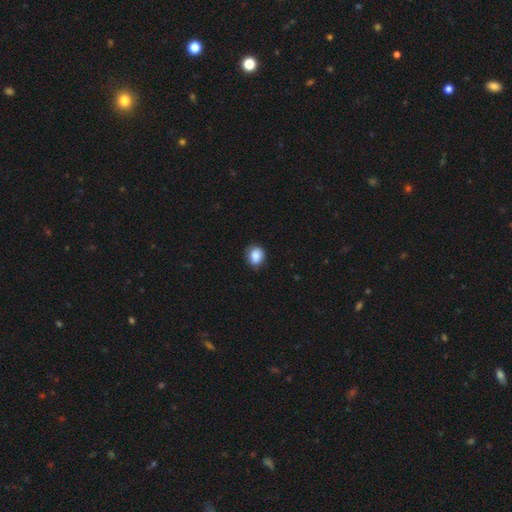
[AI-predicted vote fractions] Q: Smooth or featured?
A: smooth (85%); runner-up: star or artifact (8%)
Q: How rounded?
A: round (60%); runner-up: in between (39%)
Q: Merging?
A: none (76%); runner-up: minor disturbance (19%)